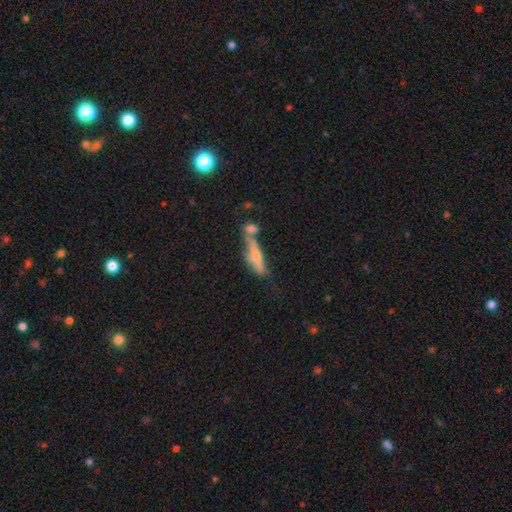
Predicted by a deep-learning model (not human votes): Q: Smooth or featured?
A: smooth (53%); runner-up: featured or disk (39%)
Q: How rounded?
A: cigar-shaped (77%); runner-up: in between (21%)
Q: Merging?
A: none (39%); runner-up: merger (33%)